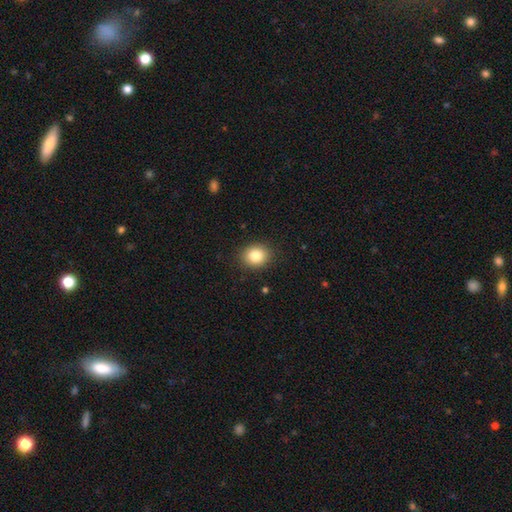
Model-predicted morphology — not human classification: Smooth or featured?
  - smooth: 84% *
  - star or artifact: 10%
  - featured or disk: 6%
How rounded?
  - round: 66% *
  - in between: 33%
  - cigar-shaped: 1%
Merging?
  - none: 89% *
  - minor disturbance: 8%
  - major disturbance: 2%
  - merger: 1%